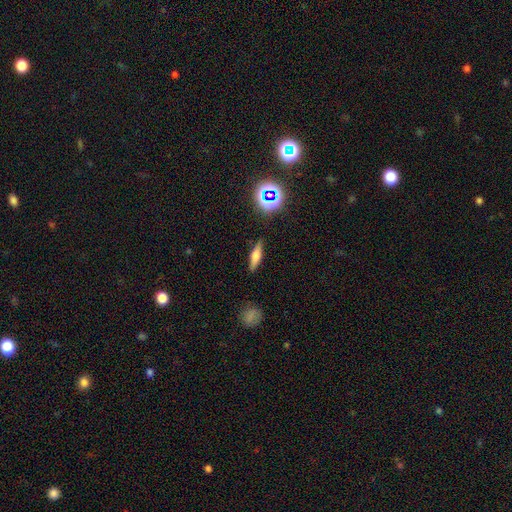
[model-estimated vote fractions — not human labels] Morphology: type=smooth (50%); merging=none (87%).